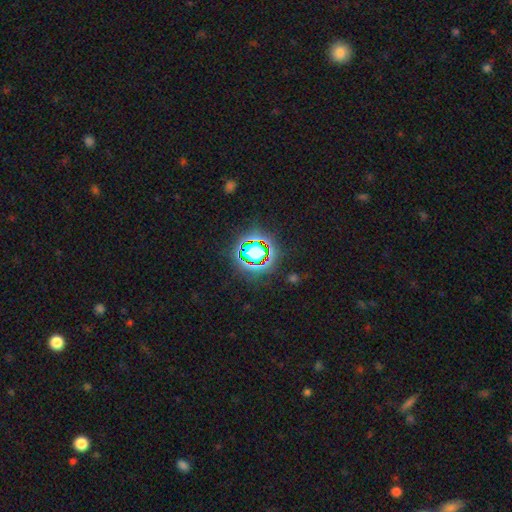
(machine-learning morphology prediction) star or artifact 77%, smooth 14%, featured or disk 8%.